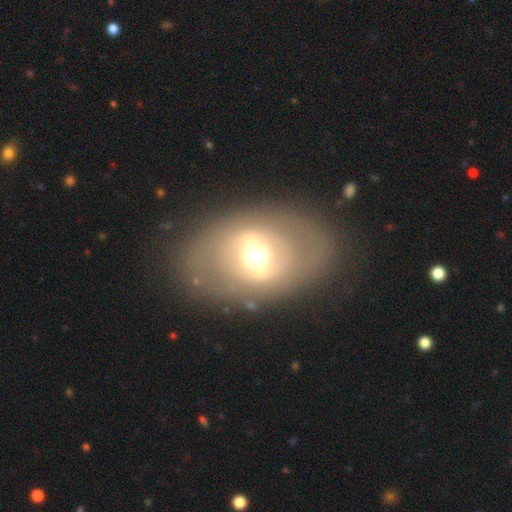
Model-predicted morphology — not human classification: A featured or disk galaxy (62%) with a weak bar (36%), no spiral arms (74%) and a moderate central bulge (63%).

Vote fractions:
- Smooth or featured? featured or disk: 62% / smooth: 31% / star or artifact: 7%
- Edge-on disk? no: 91% / yes: 9%
- Bar? weak: 36% / strong: 35% / no: 28%
- Spiral arms? no: 74% / yes: 26%
- Bulge size? moderate: 63% / large: 23% / small: 10% / dominant: 3% / none: 1%
- Merging? none: 81% / minor disturbance: 11% / major disturbance: 7% / merger: 2%